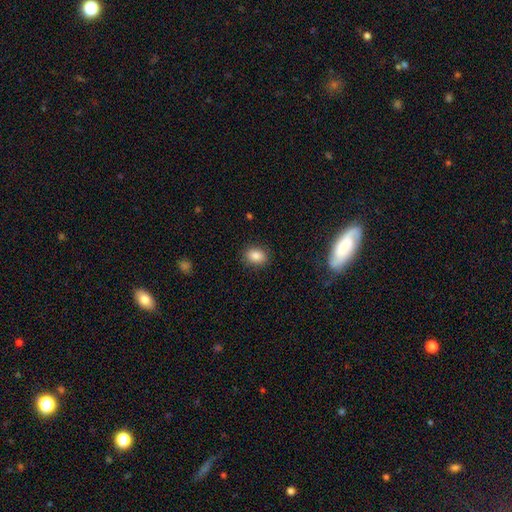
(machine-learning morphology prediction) smooth-or-featured: smooth: 85% | star or artifact: 9% | featured or disk: 6%
  how-rounded: in between: 65% | round: 34% | cigar-shaped: 1%
  merging: none: 87% | minor disturbance: 9% | major disturbance: 3% | merger: 1%